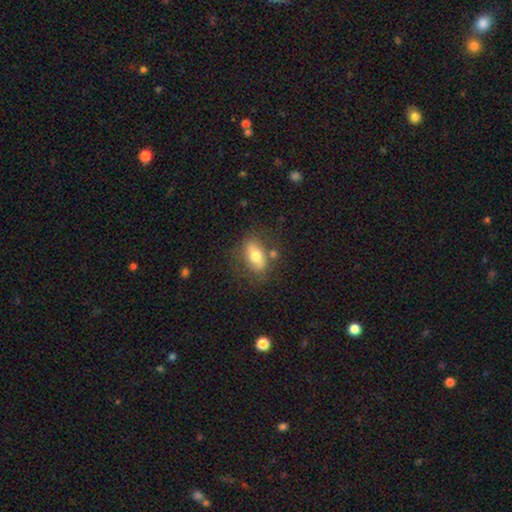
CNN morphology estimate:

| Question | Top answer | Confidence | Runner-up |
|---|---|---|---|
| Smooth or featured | smooth | 60% | featured or disk (32%) |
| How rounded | in between | 82% | round (13%) |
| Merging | none | 66% | minor disturbance (18%) |